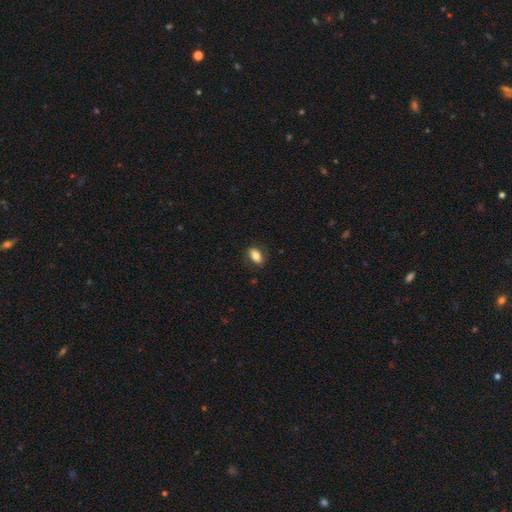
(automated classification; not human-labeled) Morphology: type=smooth (81%); roundness=in between (87%); merging=none (83%).